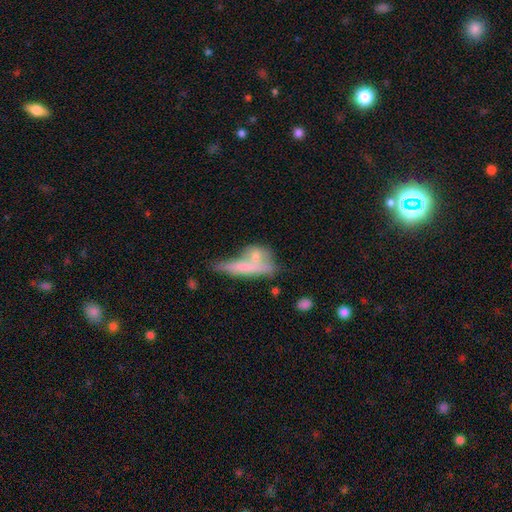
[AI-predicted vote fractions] Smooth or featured: smooth — 62% (featured or disk — 30%)
How rounded: in between — 44% (cigar-shaped — 38%)
Merging: merger — 46% (none — 33%)